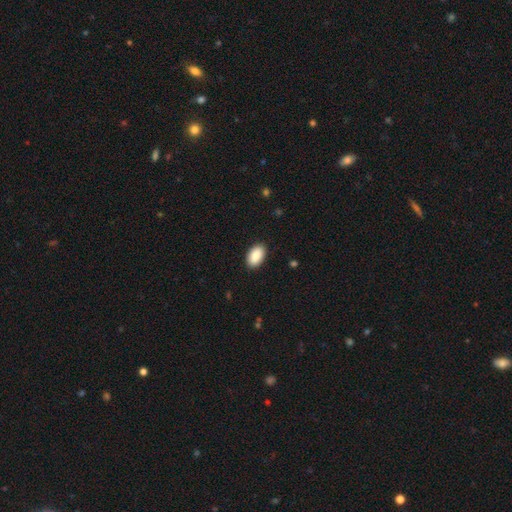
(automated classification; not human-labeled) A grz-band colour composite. It shows a smooth galaxy with no disk features (90%) that is in between round and cigar-shaped (95%). Merging: none (90%).